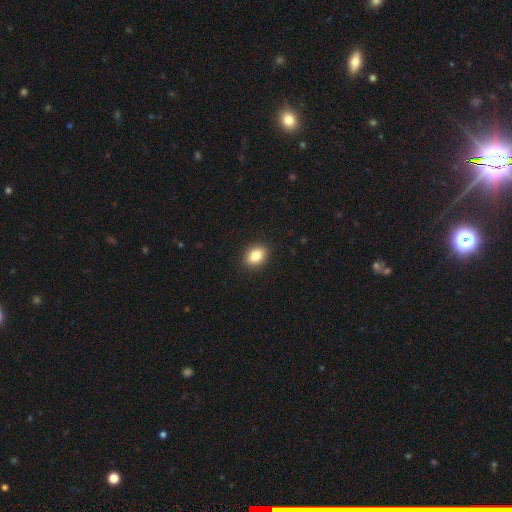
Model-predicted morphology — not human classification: Smooth or featured? Predicted: smooth (p=0.84). How rounded? Predicted: in between (p=0.71). Merging? Predicted: none (p=0.91).